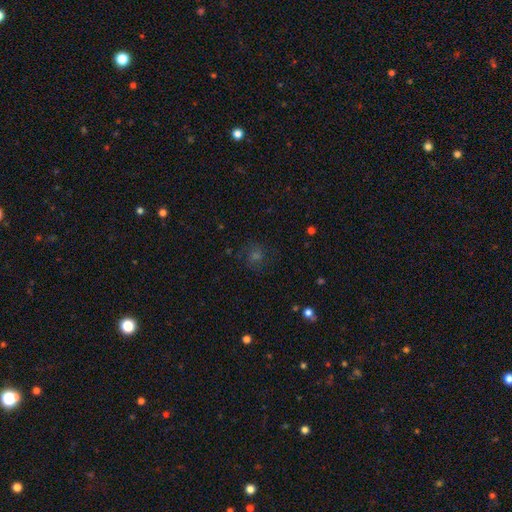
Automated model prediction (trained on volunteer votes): A smooth galaxy with no disk features (40%).

Vote fractions:
- Smooth or featured? smooth: 40% / star or artifact: 38% / featured or disk: 22%
- Merging? none: 80% / minor disturbance: 12% / major disturbance: 7% / merger: 2%